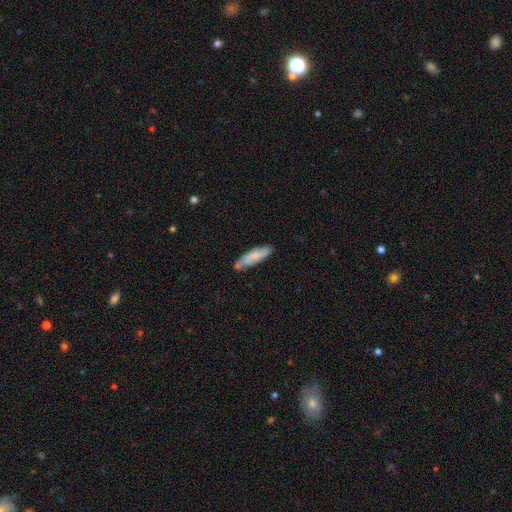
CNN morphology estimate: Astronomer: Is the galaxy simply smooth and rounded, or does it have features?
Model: smooth — 69%.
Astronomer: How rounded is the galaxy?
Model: cigar-shaped — 60% (runner-up: in between, 38%).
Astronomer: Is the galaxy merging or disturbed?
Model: none — 67%.